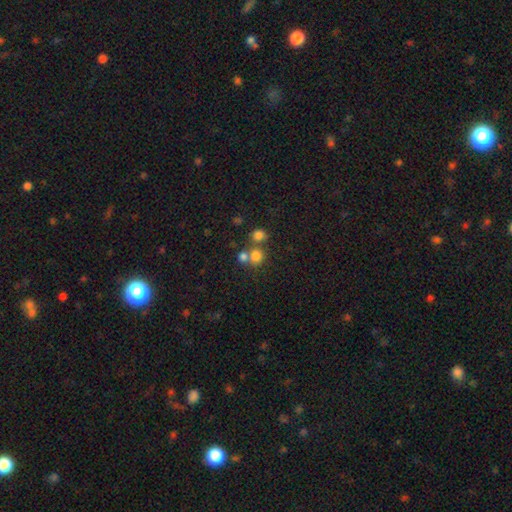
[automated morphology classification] Smooth or featured? Predicted: smooth (p=0.75). How rounded? Predicted: round (p=0.84). Merging? Predicted: none (p=0.53).